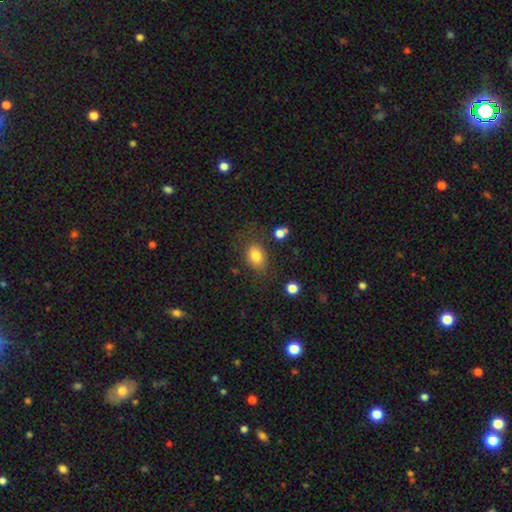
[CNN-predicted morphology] smooth-or-featured: smooth: 81% | star or artifact: 10% | featured or disk: 9%
  how-rounded: in between: 73% | round: 26% | cigar-shaped: 1%
  merging: none: 68% | minor disturbance: 19% | major disturbance: 9% | merger: 4%